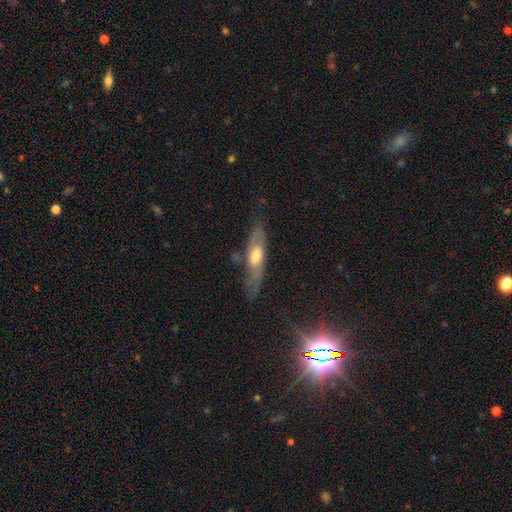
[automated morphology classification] A featured or disk galaxy (52%) viewed edge-on (57%).

Vote fractions:
- Smooth or featured? featured or disk: 52% / smooth: 42% / star or artifact: 7%
- Edge-on disk? yes: 57% / no: 43%
- Merging? none: 62% / minor disturbance: 26% / major disturbance: 9% / merger: 3%